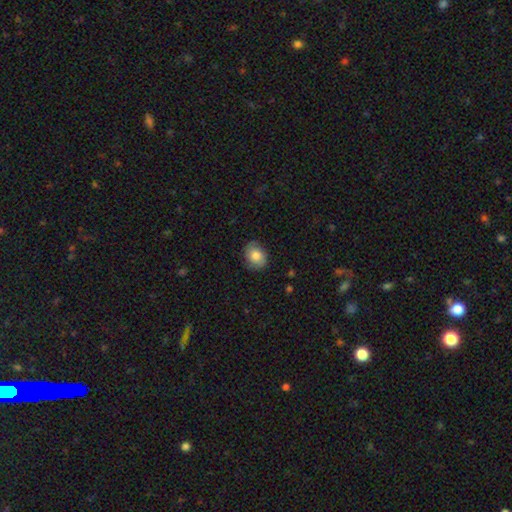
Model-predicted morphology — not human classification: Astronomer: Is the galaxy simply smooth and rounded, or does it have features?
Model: smooth — 75%.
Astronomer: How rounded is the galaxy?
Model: in between — 53% (runner-up: round, 46%).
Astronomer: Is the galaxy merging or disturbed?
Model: none — 80%.